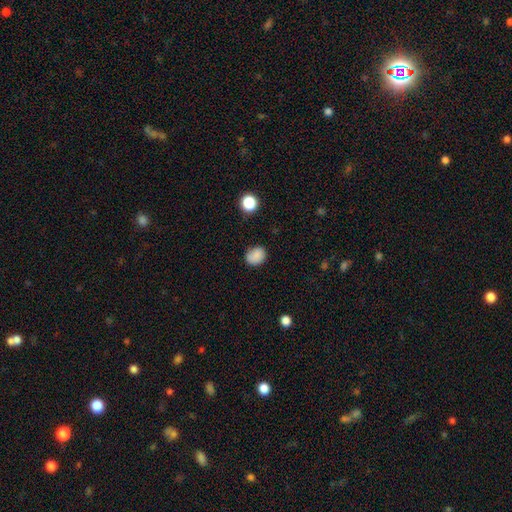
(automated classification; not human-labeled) smooth-or-featured: smooth: 84% | star or artifact: 10% | featured or disk: 6%
  how-rounded: round: 63% | in between: 36% | cigar-shaped: 1%
  merging: none: 75% | minor disturbance: 19% | major disturbance: 4% | merger: 2%